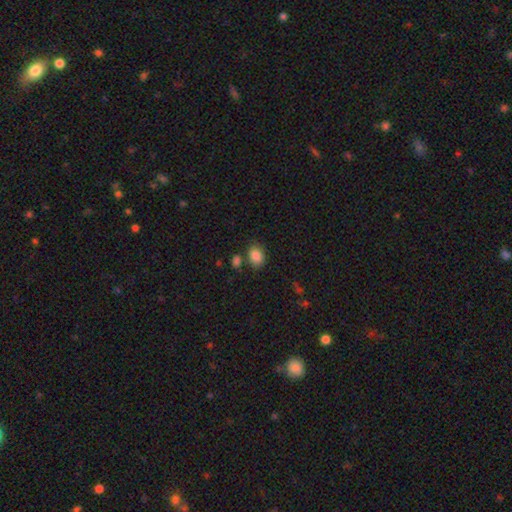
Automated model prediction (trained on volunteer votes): A smooth galaxy with no disk features (86%) that is in between round and cigar-shaped (68%).

Vote fractions:
- Smooth or featured? smooth: 86% / star or artifact: 9% / featured or disk: 5%
- How rounded? in between: 68% / round: 31% / cigar-shaped: 1%
- Merging? none: 72% / minor disturbance: 14% / merger: 10% / major disturbance: 4%